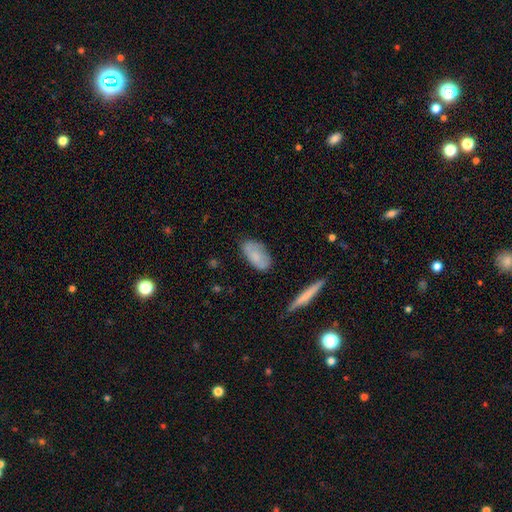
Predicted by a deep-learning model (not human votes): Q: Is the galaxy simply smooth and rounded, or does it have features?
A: smooth — 73%.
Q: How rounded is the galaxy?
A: in between — 92%.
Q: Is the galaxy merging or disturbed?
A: none — 76%.